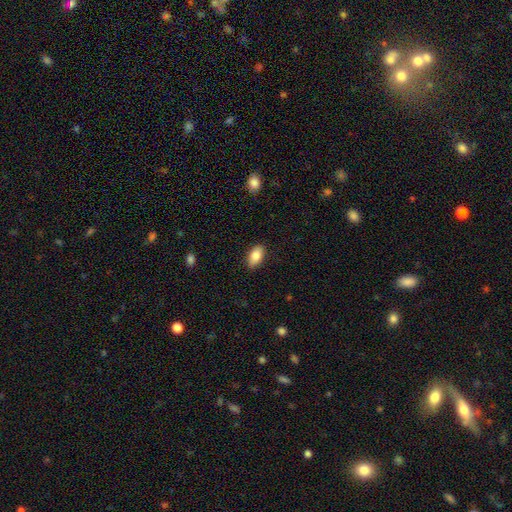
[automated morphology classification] Smooth or featured: smooth — 83% (featured or disk — 10%)
How rounded: in between — 91% (cigar-shaped — 5%)
Merging: none — 88% (minor disturbance — 9%)